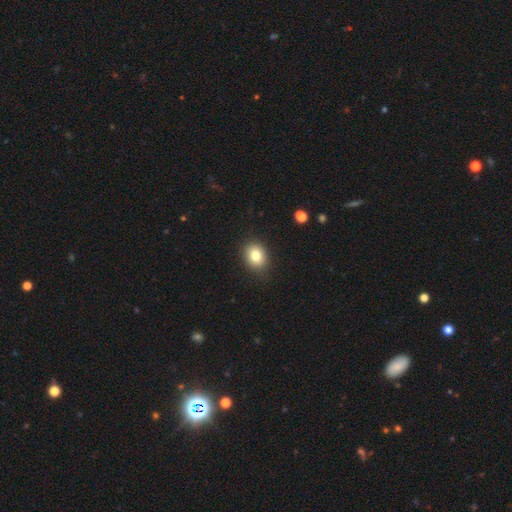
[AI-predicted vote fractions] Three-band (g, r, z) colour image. It shows a smooth galaxy with no disk features (81%) that is round (53%). Merging: none (88%).